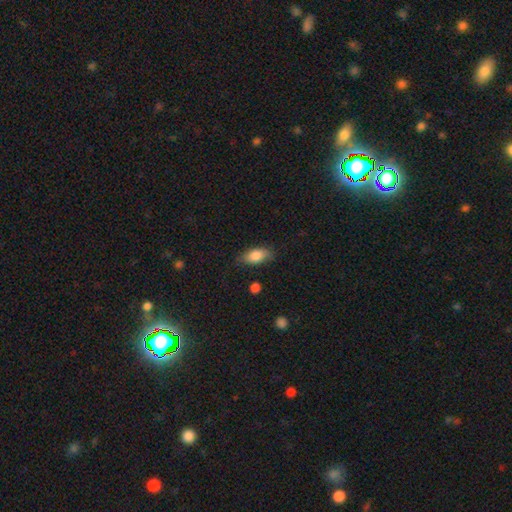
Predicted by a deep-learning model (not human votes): Smooth or featured? smooth (82%)
How rounded? in between (87%)
Merging? none (79%)